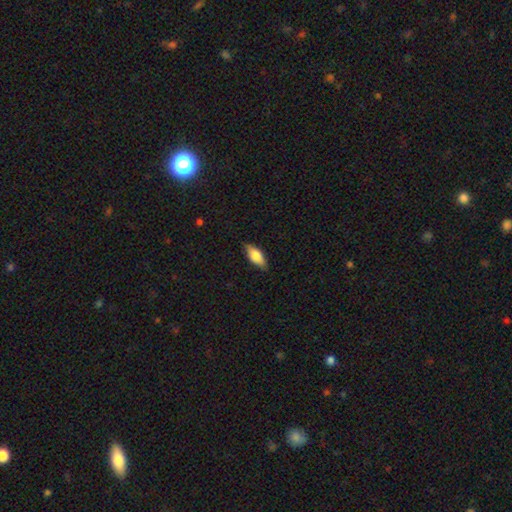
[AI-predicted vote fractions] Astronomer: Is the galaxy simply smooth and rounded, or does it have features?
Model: smooth — 71%.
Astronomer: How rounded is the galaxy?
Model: in between — 78%.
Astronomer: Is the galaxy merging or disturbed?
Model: none — 84%.